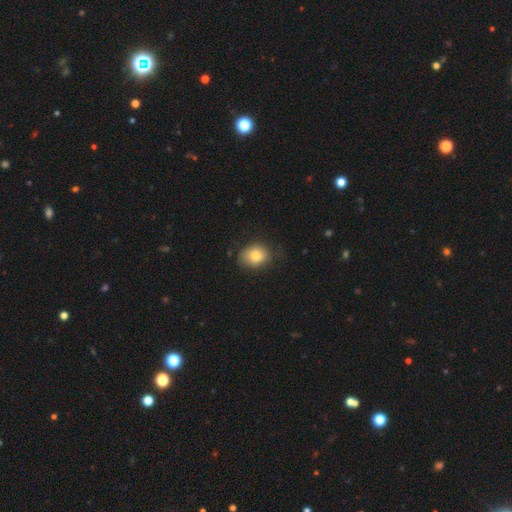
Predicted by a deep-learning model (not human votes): This appears to be a smooth galaxy with no disk features (79%) that is round (55%). Merging: none (71%).